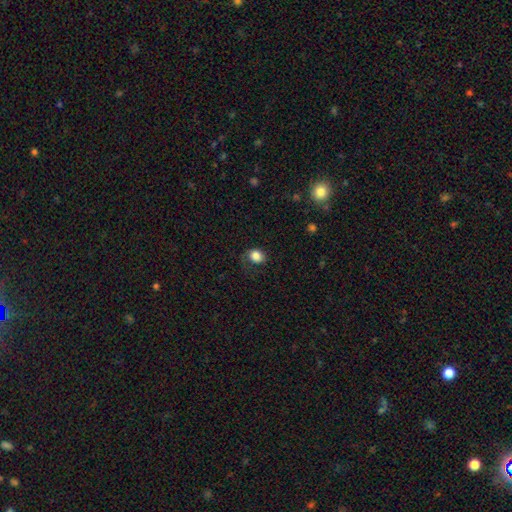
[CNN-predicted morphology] Smooth or featured? Predicted: smooth (p=0.82). How rounded? Predicted: round (p=0.57). Merging? Predicted: none (p=0.60).